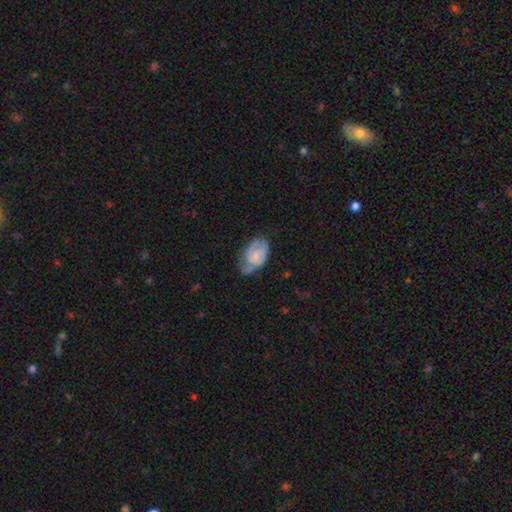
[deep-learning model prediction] A featured or disk galaxy (54%) with no bar (58%), spiral arms (77%) and a small central bulge (43%). Merging: none (42%).